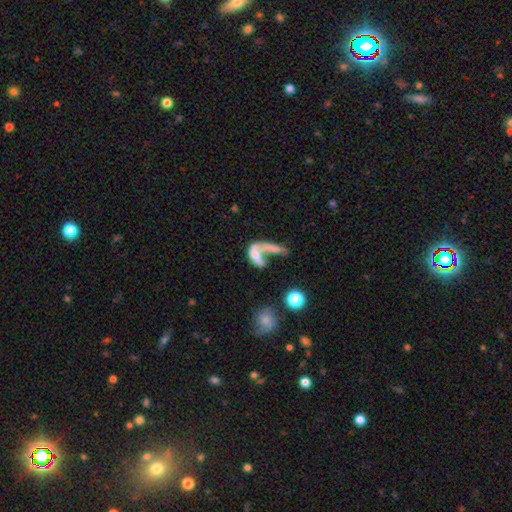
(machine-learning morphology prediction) A smooth galaxy with no disk features (45%). Merging: merger (46%).